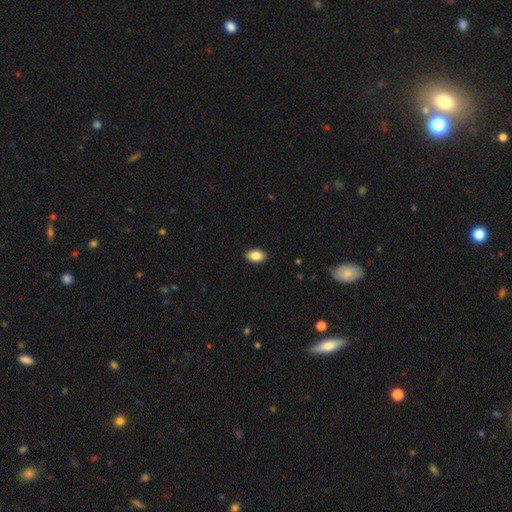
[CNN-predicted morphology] Smooth or featured?
  - smooth: 86% *
  - star or artifact: 7%
  - featured or disk: 7%
How rounded?
  - in between: 89% *
  - round: 10%
  - cigar-shaped: 1%
Merging?
  - none: 90% *
  - minor disturbance: 7%
  - major disturbance: 2%
  - merger: 1%